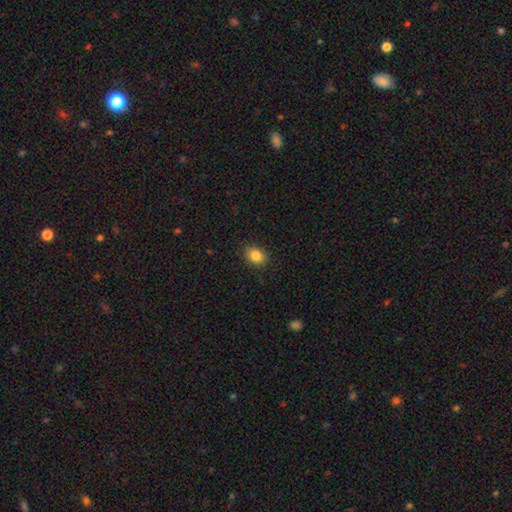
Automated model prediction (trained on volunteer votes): A smooth galaxy with no disk features (84%) that is in between round and cigar-shaped (61%). Merging: none (89%).